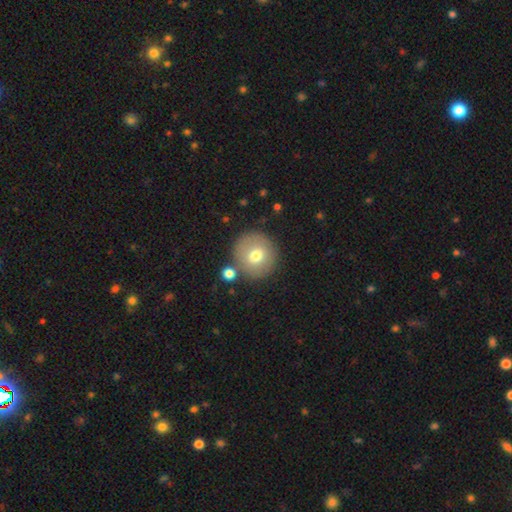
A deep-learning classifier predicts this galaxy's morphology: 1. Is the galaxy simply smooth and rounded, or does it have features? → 71% smooth, 20% featured or disk, 9% star or artifact.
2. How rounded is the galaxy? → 92% round, 7% in between, 1% cigar-shaped.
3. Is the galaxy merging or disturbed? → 81% none, 9% minor disturbance, 7% merger, 3% major disturbance.